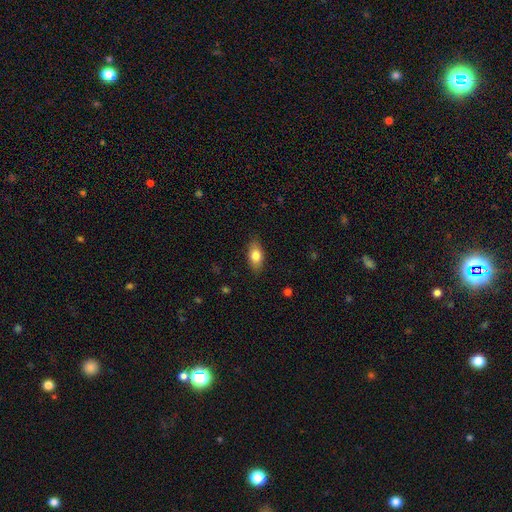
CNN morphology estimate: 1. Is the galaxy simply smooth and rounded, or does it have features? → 78% smooth, 14% featured or disk, 7% star or artifact.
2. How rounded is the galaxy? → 87% in between, 7% cigar-shaped, 6% round.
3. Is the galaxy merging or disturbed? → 85% none, 11% minor disturbance, 3% major disturbance, 1% merger.